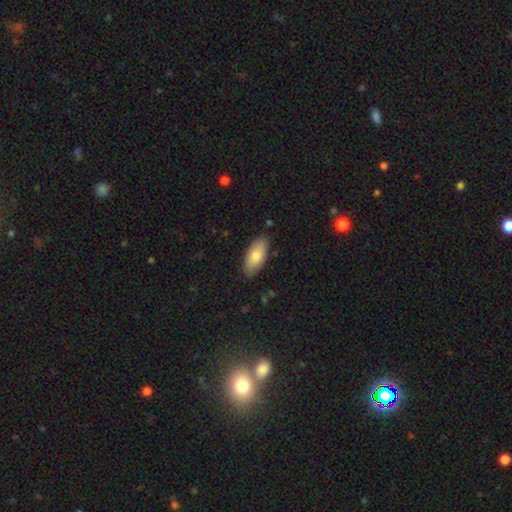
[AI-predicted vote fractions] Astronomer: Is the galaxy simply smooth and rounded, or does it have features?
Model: smooth — 77%.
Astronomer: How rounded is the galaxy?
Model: in between — 90%.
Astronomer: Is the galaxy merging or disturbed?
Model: none — 85%.